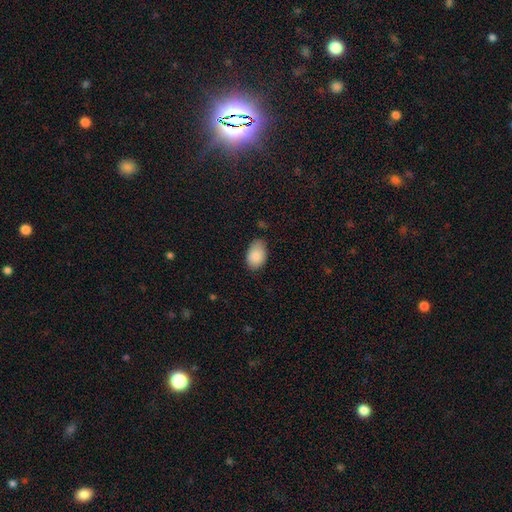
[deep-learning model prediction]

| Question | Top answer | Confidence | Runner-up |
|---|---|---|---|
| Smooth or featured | smooth | 87% | star or artifact (7%) |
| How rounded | in between | 89% | round (10%) |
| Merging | none | 64% | minor disturbance (29%) |